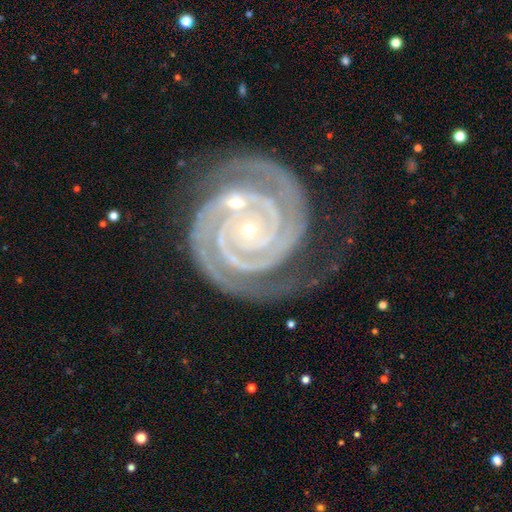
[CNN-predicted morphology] The model was most divided on "bar": no: 63%, strong: 19%, weak: 18%. More confident: spiral arms — yes (99%); edge-on disk — no (98%); smooth or featured — featured or disk (93%); spiral winding — tight (88%); bulge size — small (84%); merging — none (73%); spiral arm count — 2 (72%).